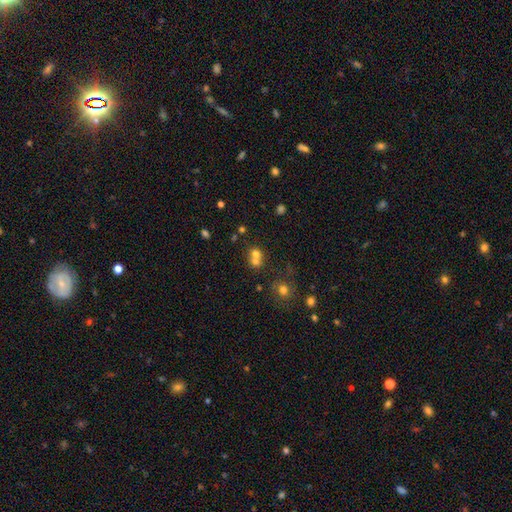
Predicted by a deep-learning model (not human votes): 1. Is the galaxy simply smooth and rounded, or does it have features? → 67% smooth, 17% star or artifact, 16% featured or disk.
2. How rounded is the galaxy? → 79% round, 20% in between, 1% cigar-shaped.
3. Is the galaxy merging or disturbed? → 57% merger, 35% none, 6% minor disturbance, 3% major disturbance.